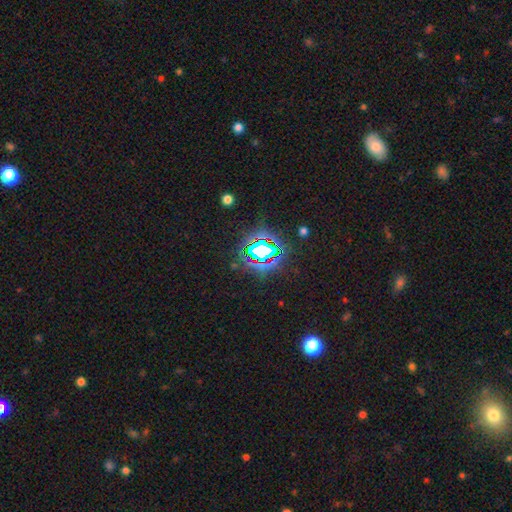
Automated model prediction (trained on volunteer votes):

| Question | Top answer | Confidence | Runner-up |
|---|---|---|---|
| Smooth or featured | star or artifact | 77% | smooth (13%) |